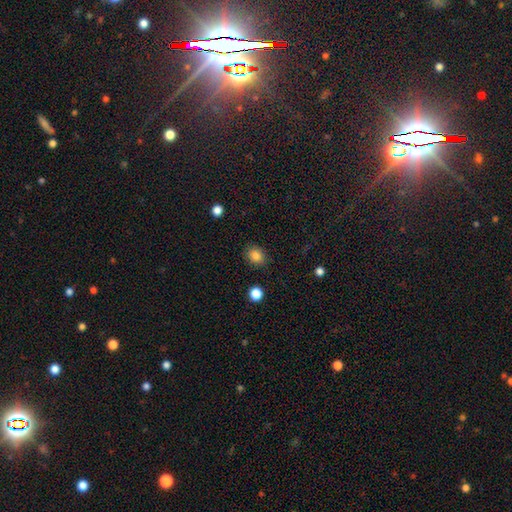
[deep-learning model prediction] A smooth galaxy with no disk features (84%) that is round (57%). Merging: none (87%).